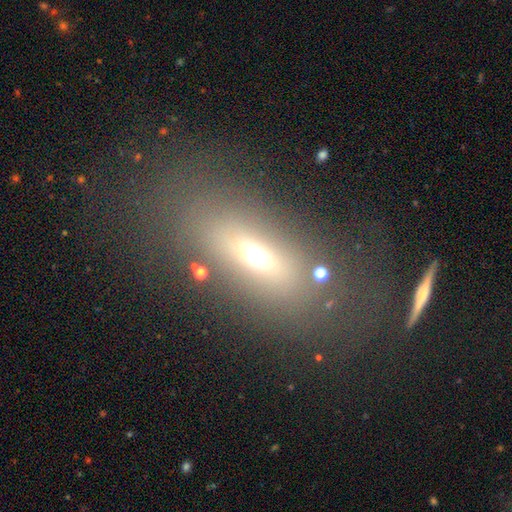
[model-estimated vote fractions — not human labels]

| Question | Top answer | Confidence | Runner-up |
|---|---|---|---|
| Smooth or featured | smooth | 55% | featured or disk (26%) |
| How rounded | in between | 71% | cigar-shaped (21%) |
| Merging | none | 68% | minor disturbance (13%) |